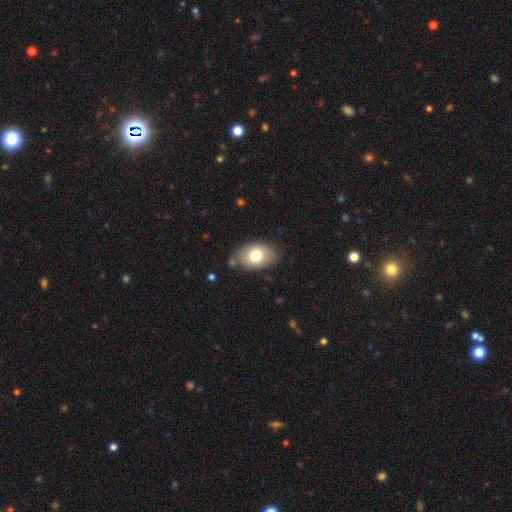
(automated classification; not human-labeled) The model was most divided on "merging": none: 76%, minor disturbance: 17%, major disturbance: 4%, merger: 4%. More confident: how rounded — in between (83%); smooth or featured — smooth (76%).